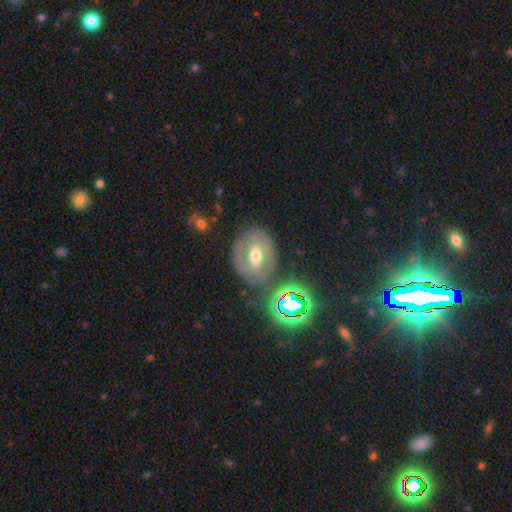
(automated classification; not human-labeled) Smooth or featured: featured or disk — 64% (smooth — 25%)
Edge-on disk: no — 94% (yes — 6%)
Bar: weak — 43% (strong — 31%)
Spiral arms: yes — 57% (no — 43%)
Bulge size: moderate — 72% (small — 19%)
Merging: none — 70% (minor disturbance — 16%)